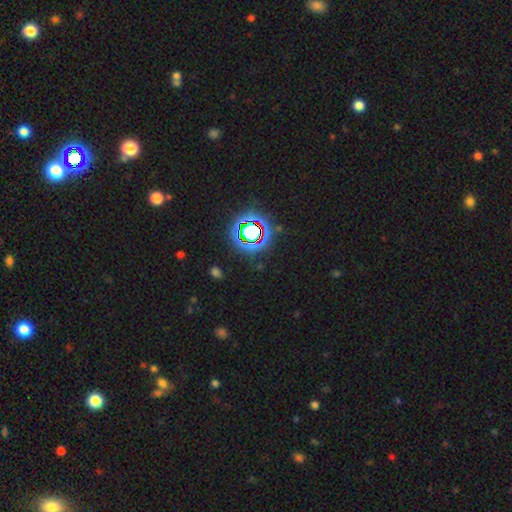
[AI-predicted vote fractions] Smooth or featured? Predicted: star or artifact (p=0.79).